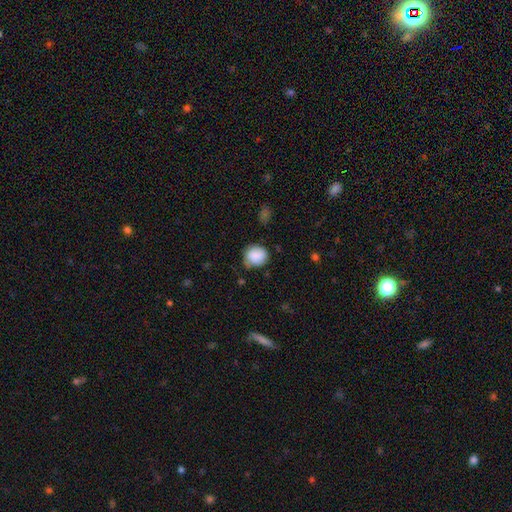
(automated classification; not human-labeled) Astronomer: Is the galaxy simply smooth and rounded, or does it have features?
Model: smooth — 87%.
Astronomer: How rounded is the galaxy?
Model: round — 77%.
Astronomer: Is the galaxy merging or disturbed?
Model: none — 65%.